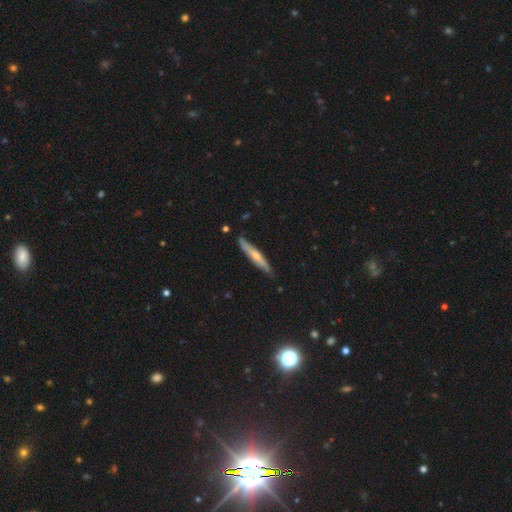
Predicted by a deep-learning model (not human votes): A smooth galaxy with no disk features (50%). Merging: none (81%).